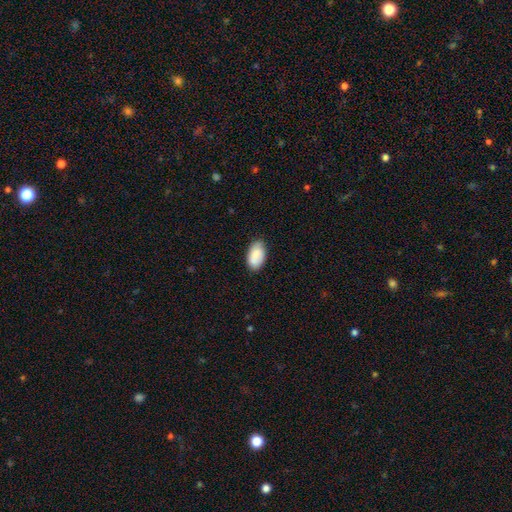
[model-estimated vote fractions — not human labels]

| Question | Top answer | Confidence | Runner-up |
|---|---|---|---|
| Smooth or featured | smooth | 85% | featured or disk (9%) |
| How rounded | in between | 94% | round (4%) |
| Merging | none | 80% | minor disturbance (16%) |